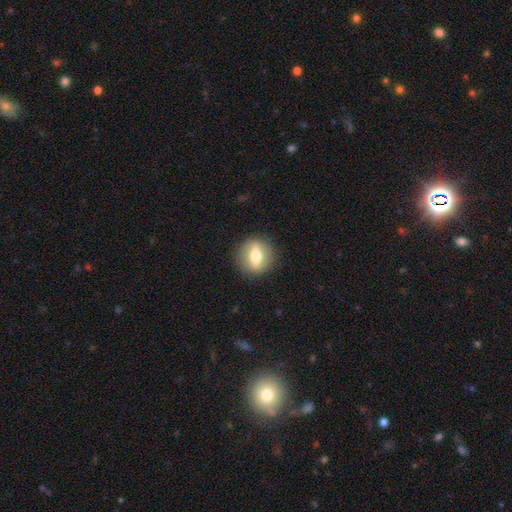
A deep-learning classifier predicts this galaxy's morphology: The model was most divided on "smooth or featured": smooth: 50%, featured or disk: 41%, star or artifact: 8%. More confident: merging — none (87%); how rounded — round (75%).